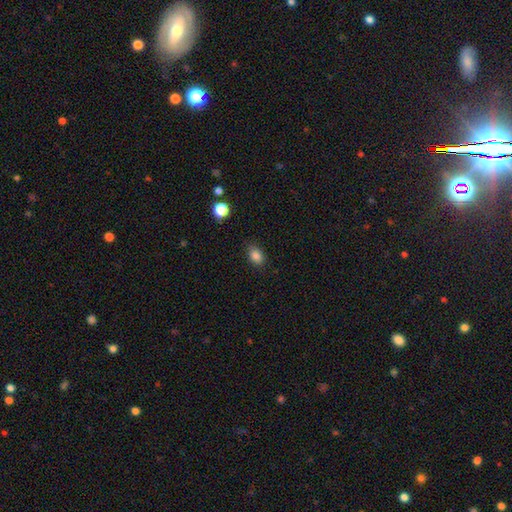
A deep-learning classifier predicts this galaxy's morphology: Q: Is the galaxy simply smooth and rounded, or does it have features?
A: smooth — 85%.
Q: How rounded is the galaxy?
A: in between — 69%.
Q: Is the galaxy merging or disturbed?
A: none — 81%.